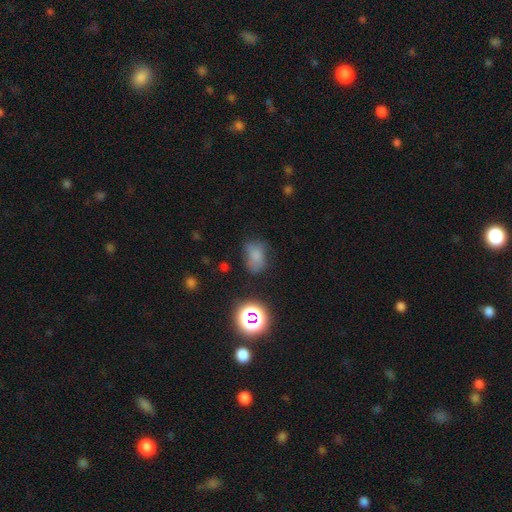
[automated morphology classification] Smooth or featured? Predicted: smooth (p=0.69). How rounded? Predicted: in between (p=0.75). Merging? Predicted: none (p=0.53).